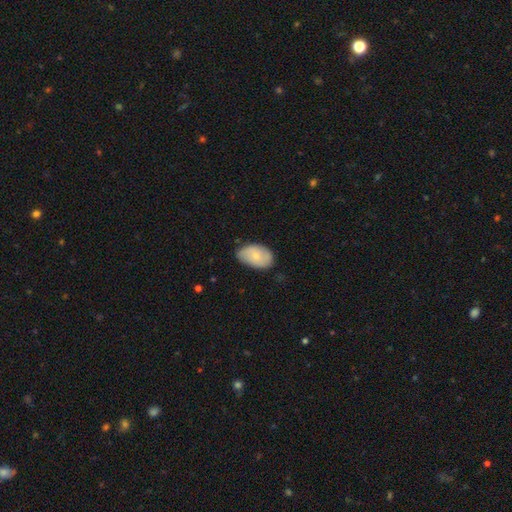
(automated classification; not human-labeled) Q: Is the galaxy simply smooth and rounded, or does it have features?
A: smooth — 68%.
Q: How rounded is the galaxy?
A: in between — 91%.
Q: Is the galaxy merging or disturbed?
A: none — 73%.